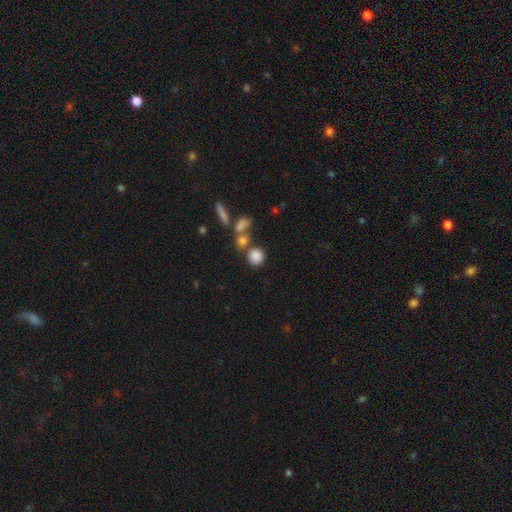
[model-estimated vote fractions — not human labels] Q: Smooth or featured?
A: smooth (83%); runner-up: star or artifact (10%)
Q: How rounded?
A: round (85%); runner-up: in between (13%)
Q: Merging?
A: none (60%); runner-up: merger (25%)